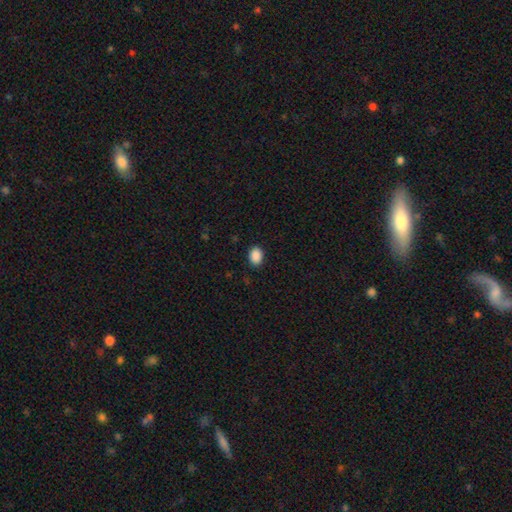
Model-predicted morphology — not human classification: A smooth galaxy with no disk features (90%) that is in between round and cigar-shaped (67%).

Vote fractions:
- Smooth or featured? smooth: 90% / star or artifact: 8% / featured or disk: 2%
- How rounded? in between: 67% / round: 32% / cigar-shaped: 1%
- Merging? none: 90% / minor disturbance: 7% / major disturbance: 2% / merger: 1%